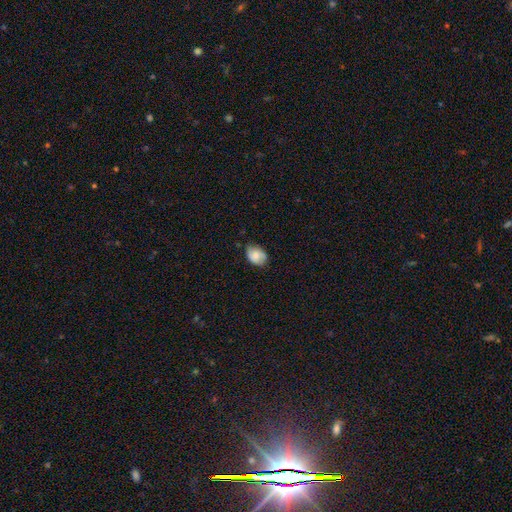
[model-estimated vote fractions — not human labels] Smooth or featured?
  - smooth: 72% *
  - featured or disk: 20%
  - star or artifact: 8%
How rounded?
  - in between: 66% *
  - round: 33%
  - cigar-shaped: 1%
Merging?
  - none: 67% *
  - minor disturbance: 27%
  - major disturbance: 5%
  - merger: 1%